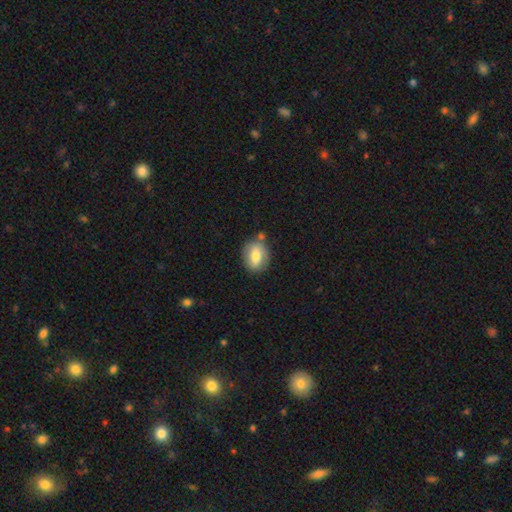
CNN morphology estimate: smooth 73%, featured or disk 20%, star or artifact 7%. Down the decision tree: how rounded — in between (60%); merging — none (71%).